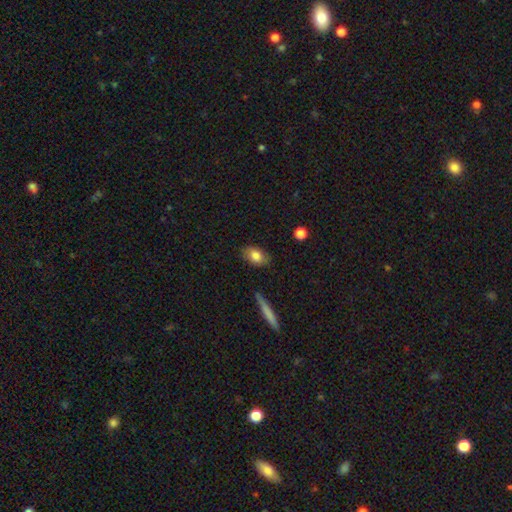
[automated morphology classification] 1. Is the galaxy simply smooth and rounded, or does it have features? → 81% smooth, 12% featured or disk, 7% star or artifact.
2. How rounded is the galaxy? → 85% in between, 13% round, 3% cigar-shaped.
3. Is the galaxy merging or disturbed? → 82% none, 13% minor disturbance, 3% major disturbance, 2% merger.